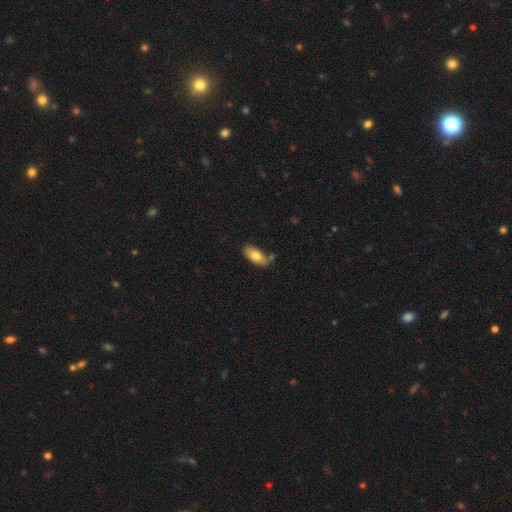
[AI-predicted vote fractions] Smooth or featured: smooth — 75% (featured or disk — 18%)
How rounded: in between — 88% (cigar-shaped — 9%)
Merging: none — 66% (minor disturbance — 21%)